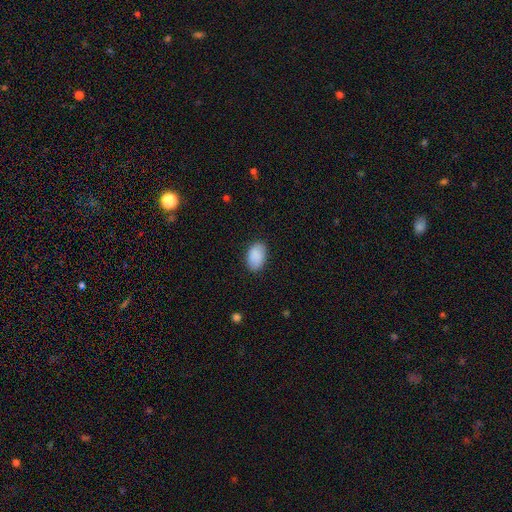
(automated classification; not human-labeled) smooth_or_featured: smooth (p=0.89) [alt: star or artifact p=0.06]
how_rounded: in between (p=0.91) [alt: round p=0.08]
merging: none (p=0.83) [alt: minor disturbance p=0.13]